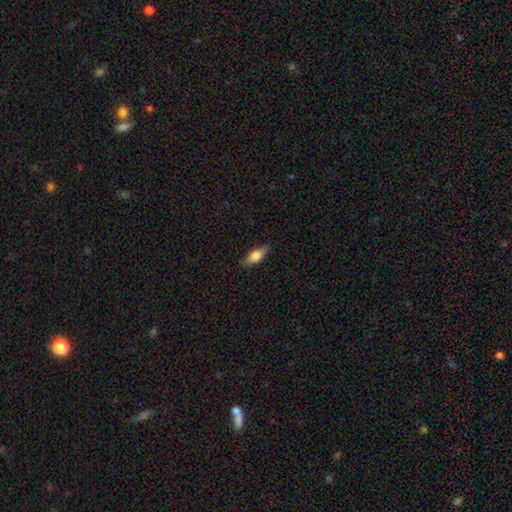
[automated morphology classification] Overall: smooth (66%; featured or disk 28%). How rounded: in between (60%; cigar-shaped 37%). Merging: none (85%).